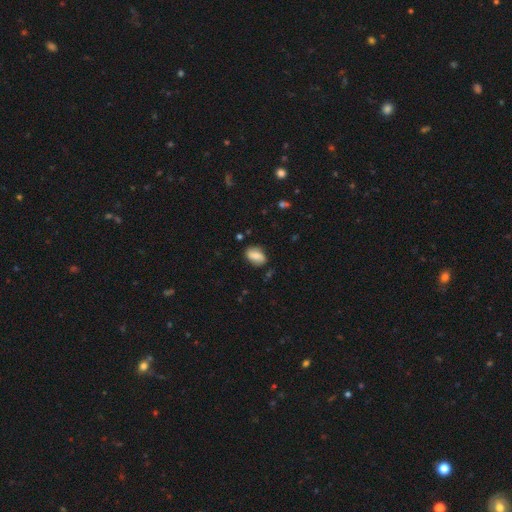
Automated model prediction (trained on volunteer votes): Smooth or featured? Predicted: smooth (p=0.64). How rounded? Predicted: in between (p=0.85). Merging? Predicted: none (p=0.76).